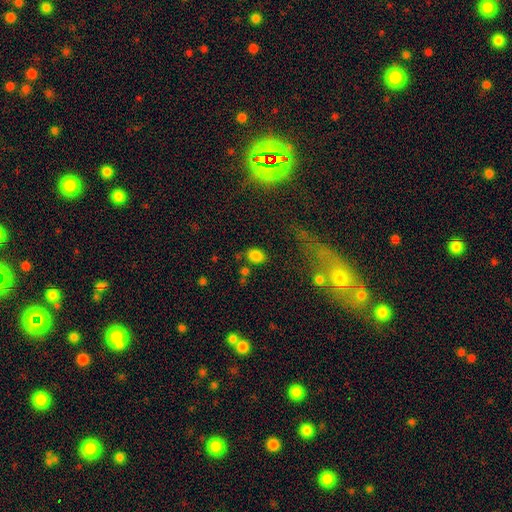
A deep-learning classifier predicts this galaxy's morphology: This appears to be a smooth galaxy with no disk features (83%) that is in between round and cigar-shaped (72%). Merging: none (76%).